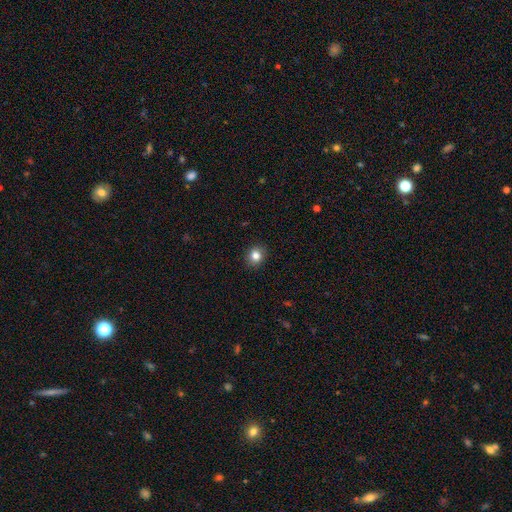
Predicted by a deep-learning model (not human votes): smooth-or-featured: smooth: 83% | star or artifact: 11% | featured or disk: 6%
  how-rounded: round: 74% | in between: 25% | cigar-shaped: 1%
  merging: none: 91% | minor disturbance: 7% | major disturbance: 2% | merger: 1%